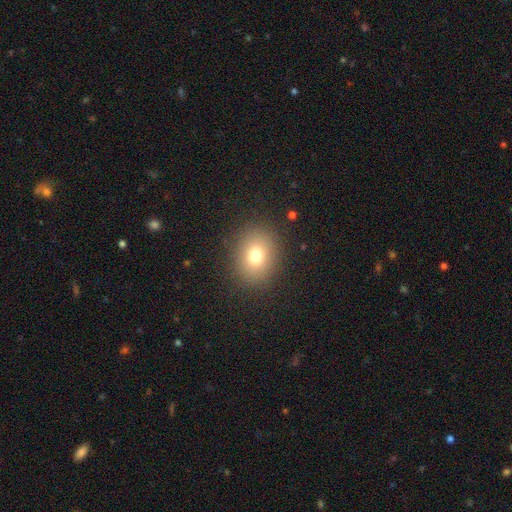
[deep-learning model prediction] Smooth or featured?
  - smooth: 76% *
  - star or artifact: 14%
  - featured or disk: 11%
How rounded?
  - round: 57% *
  - in between: 42%
  - cigar-shaped: 1%
Merging?
  - none: 87% *
  - minor disturbance: 8%
  - major disturbance: 4%
  - merger: 1%